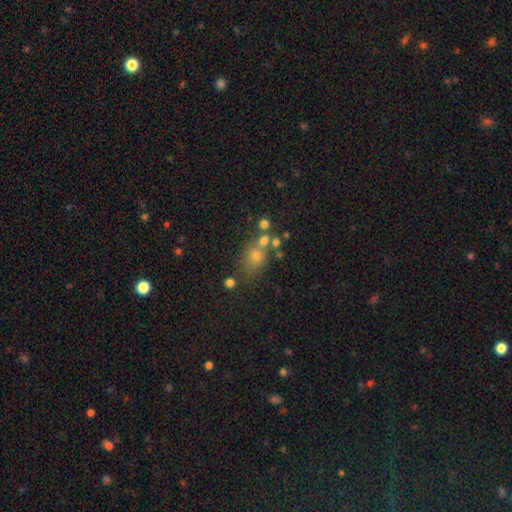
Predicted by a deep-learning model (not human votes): This appears to be a smooth galaxy with no disk features (67%) that is round (63%). Merging: none (53%).